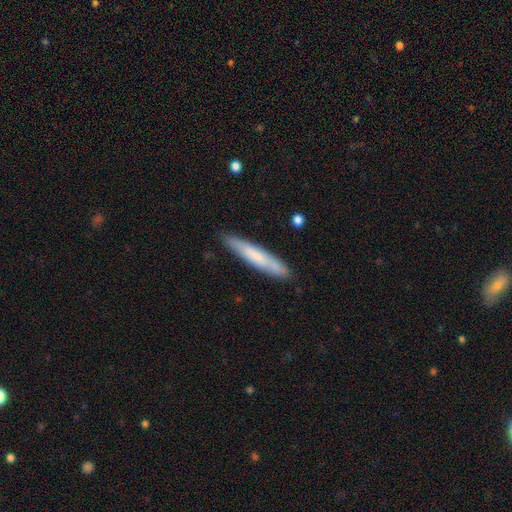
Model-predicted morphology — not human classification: Smooth or featured? smooth (64%)
How rounded? cigar-shaped (92%)
Merging? none (85%)